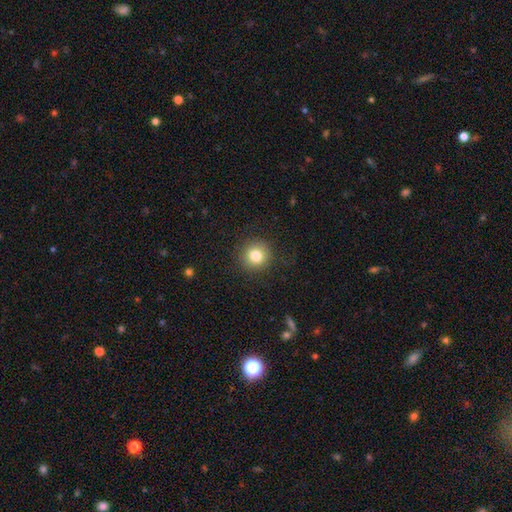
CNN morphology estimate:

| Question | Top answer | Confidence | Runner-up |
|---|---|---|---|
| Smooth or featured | smooth | 82% | star or artifact (11%) |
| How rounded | round | 93% | in between (6%) |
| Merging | none | 89% | minor disturbance (7%) |